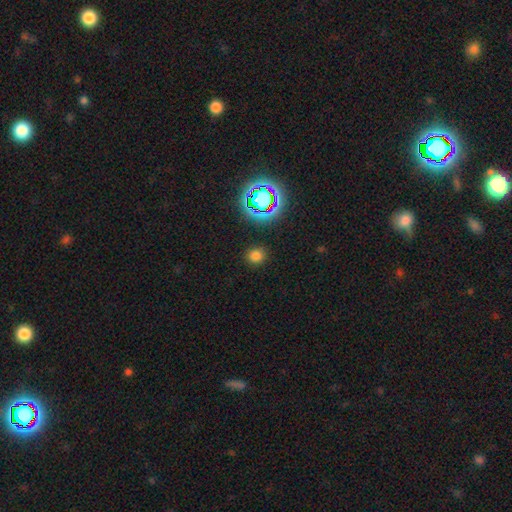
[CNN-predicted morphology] smooth 72%, star or artifact 23%, featured or disk 6%. Down the decision tree: how rounded — round (82%); merging — none (89%).